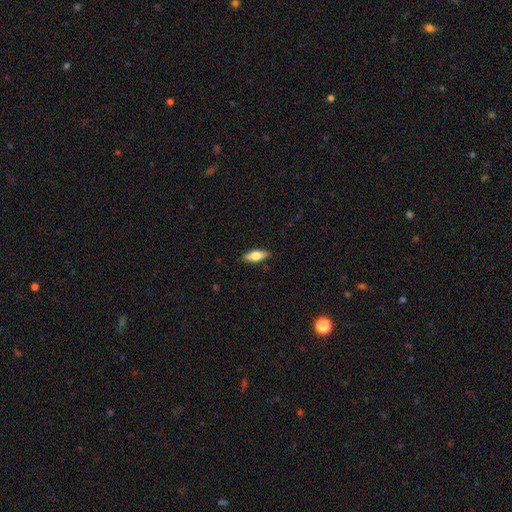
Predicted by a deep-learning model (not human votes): Smooth or featured: smooth — 70% (featured or disk — 24%)
How rounded: in between — 65% (cigar-shaped — 32%)
Merging: none — 88% (minor disturbance — 9%)